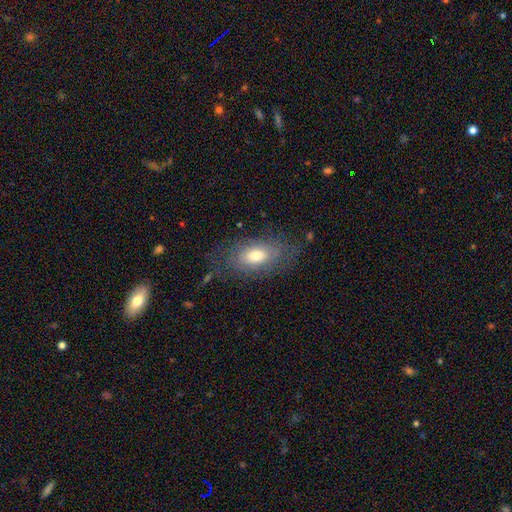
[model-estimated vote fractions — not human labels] Smooth or featured: smooth — 62% (featured or disk — 30%)
How rounded: in between — 89% (round — 6%)
Merging: none — 69% (minor disturbance — 19%)